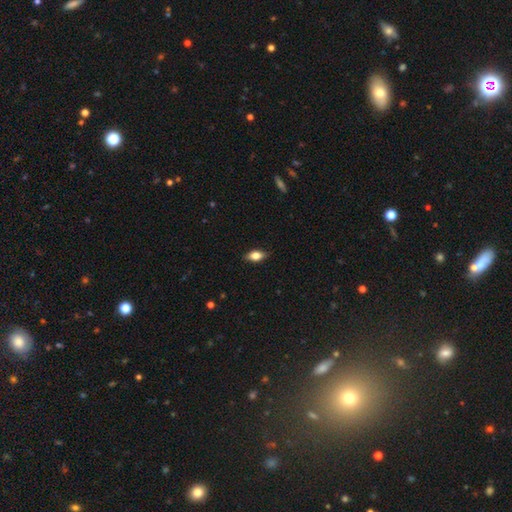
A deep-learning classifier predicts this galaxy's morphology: smooth_or_featured: smooth (p=0.72) [alt: featured or disk p=0.20]
how_rounded: in between (p=0.84) [alt: cigar-shaped p=0.11]
merging: none (p=0.86) [alt: minor disturbance p=0.11]